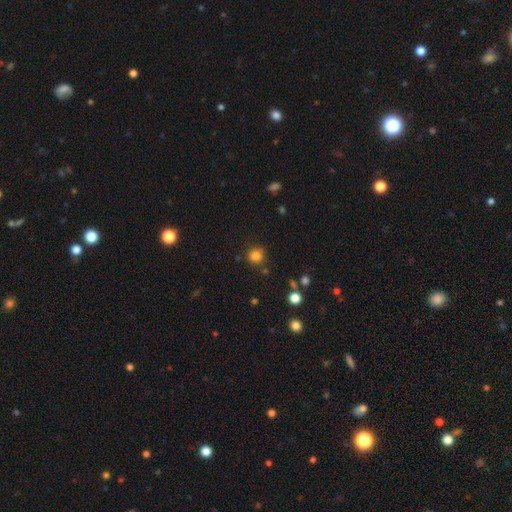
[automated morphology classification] This appears to be a smooth galaxy with no disk features (82%) that is round (92%). Merging: none (83%).